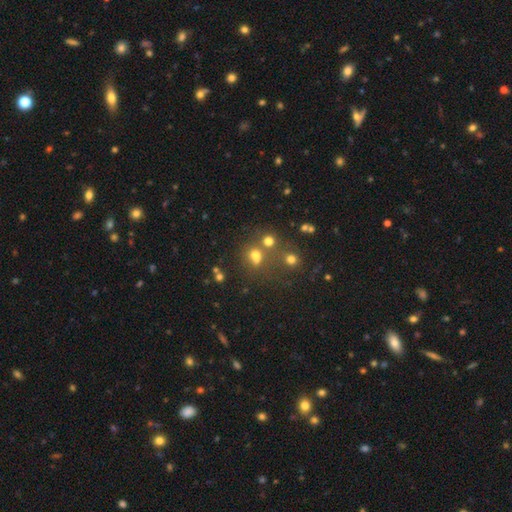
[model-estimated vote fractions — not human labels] Overall: smooth (64%; star or artifact 24%). How rounded: round (68%; in between 30%). Merging: none (47%; merger 35%).